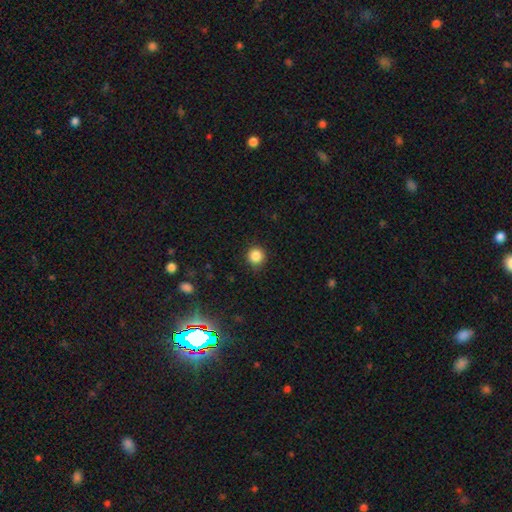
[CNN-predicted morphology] Q: Smooth or featured?
A: smooth (85%); runner-up: star or artifact (11%)
Q: How rounded?
A: round (93%); runner-up: in between (6%)
Q: Merging?
A: none (89%); runner-up: minor disturbance (8%)